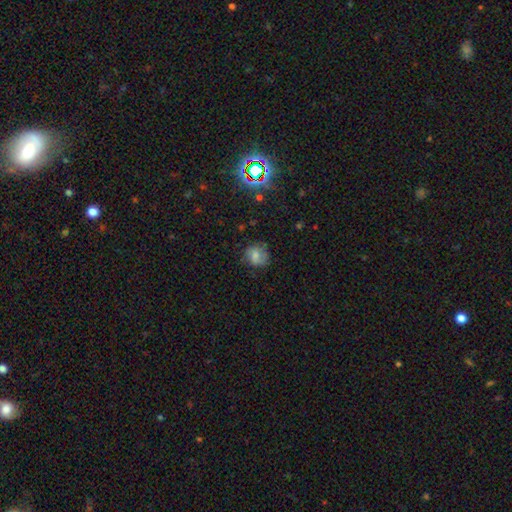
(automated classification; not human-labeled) The model was most divided on "merging": none: 69%, minor disturbance: 22%, major disturbance: 7%, merger: 2%. More confident: how rounded — round (75%); smooth or featured — smooth (71%).